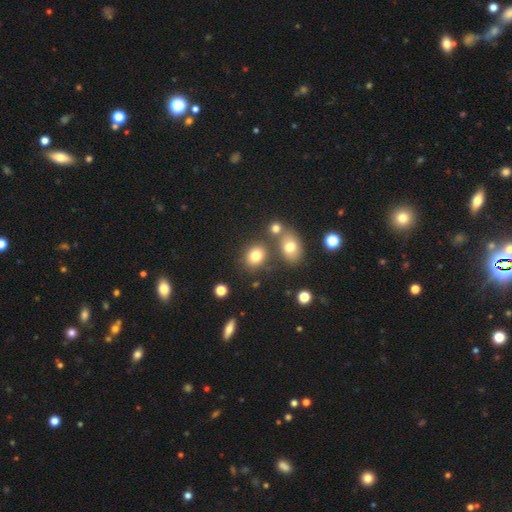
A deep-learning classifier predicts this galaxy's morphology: Q: Smooth or featured?
A: smooth (77%); runner-up: star or artifact (14%)
Q: How rounded?
A: round (54%); runner-up: in between (45%)
Q: Merging?
A: none (69%); runner-up: merger (15%)